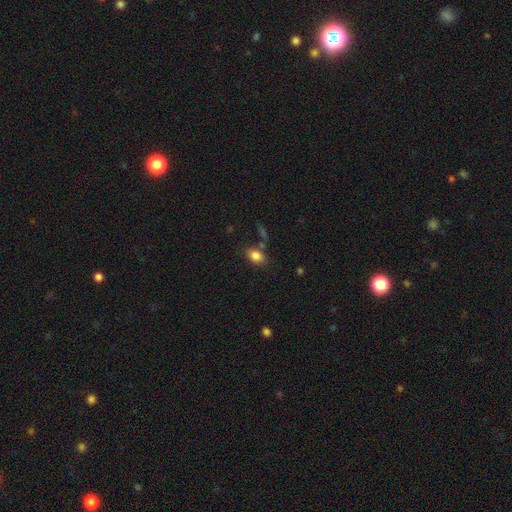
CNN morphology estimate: The model was most divided on "merging": none: 73%, minor disturbance: 14%, merger: 9%, major disturbance: 4%. More confident: smooth or featured — smooth (83%); how rounded — in between (82%).